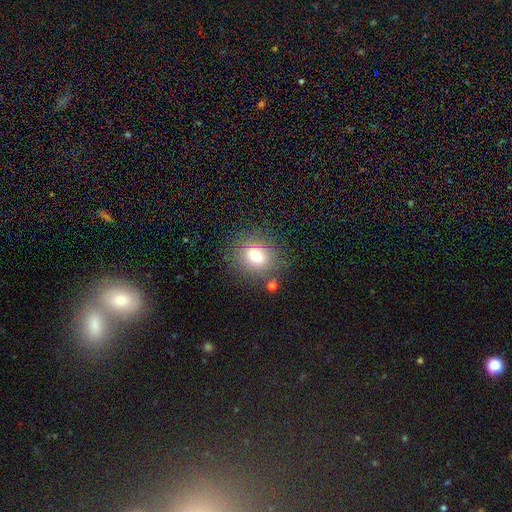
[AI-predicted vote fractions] Smooth or featured? Predicted: smooth (p=0.76). How rounded? Predicted: round (p=0.60). Merging? Predicted: none (p=0.79).